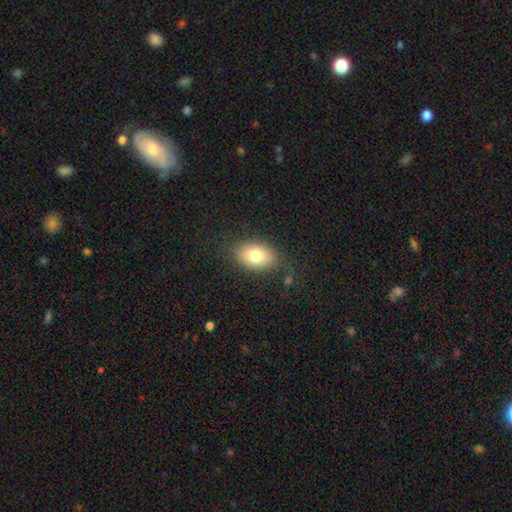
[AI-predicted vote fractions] This is likely a smooth galaxy (80%). How rounded: clearly in between (86%). Merging: clearly none (80%).